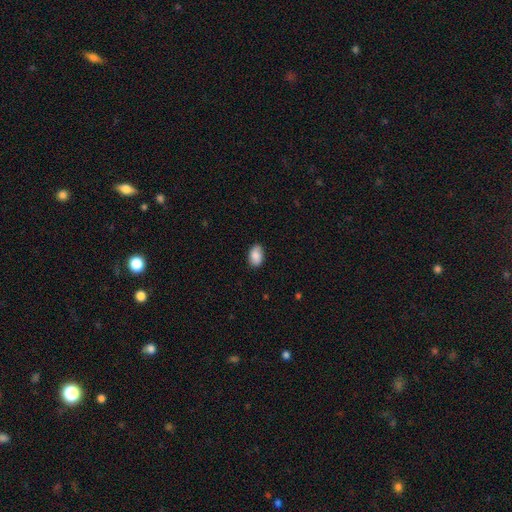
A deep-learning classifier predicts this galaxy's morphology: Q: Smooth or featured?
A: smooth (86%); runner-up: star or artifact (7%)
Q: How rounded?
A: in between (89%); runner-up: round (10%)
Q: Merging?
A: none (81%); runner-up: minor disturbance (15%)